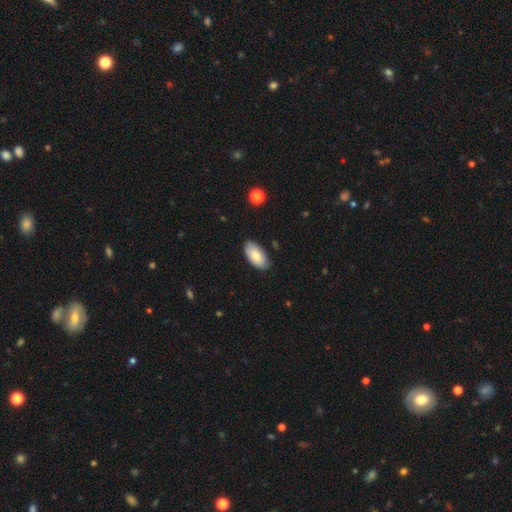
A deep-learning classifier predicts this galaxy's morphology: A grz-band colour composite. It shows a smooth galaxy with no disk features (79%) that is in between round and cigar-shaped (95%). Merging: none (84%).